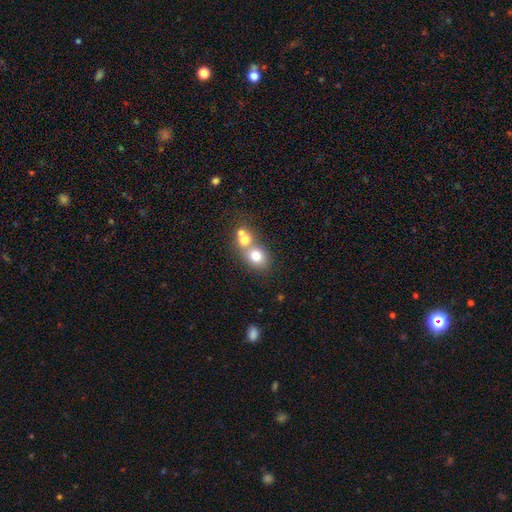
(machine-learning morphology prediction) smooth 73%, featured or disk 16%, star or artifact 11%. Down the decision tree: how rounded — round (62%); merging — merger (58%).